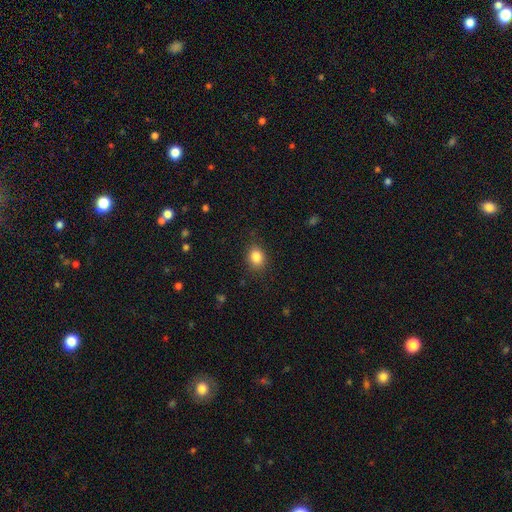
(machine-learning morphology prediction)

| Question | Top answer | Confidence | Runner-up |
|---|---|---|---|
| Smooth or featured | smooth | 85% | star or artifact (10%) |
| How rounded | round | 54% | in between (45%) |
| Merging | none | 85% | minor disturbance (11%) |